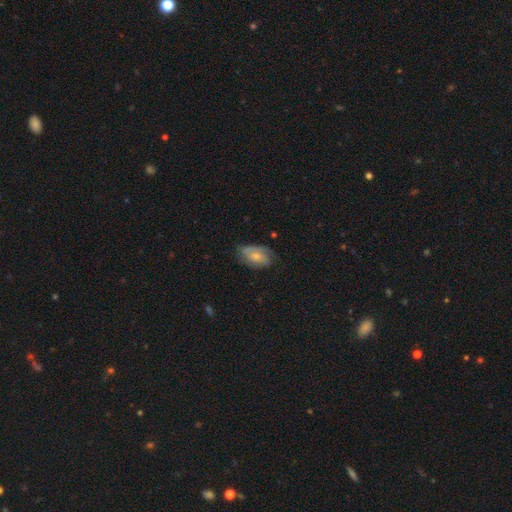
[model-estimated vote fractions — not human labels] The model was most divided on "smooth or featured": featured or disk: 48%, smooth: 45%, star or artifact: 7%. More confident: merging — none (59%).